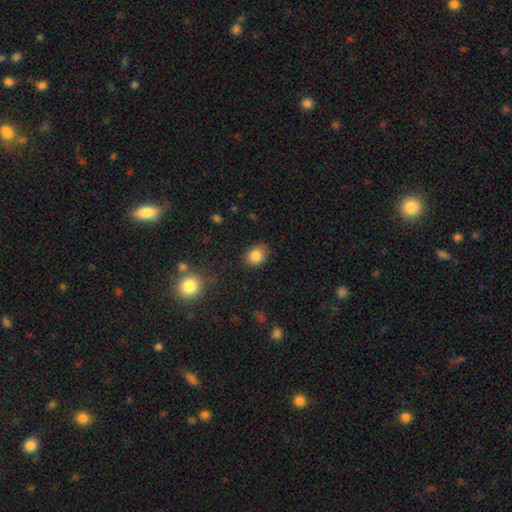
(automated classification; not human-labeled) smooth-or-featured: smooth: 85% | star or artifact: 10% | featured or disk: 5%
  how-rounded: round: 52% | in between: 47% | cigar-shaped: 1%
  merging: none: 82% | minor disturbance: 13% | major disturbance: 3% | merger: 2%